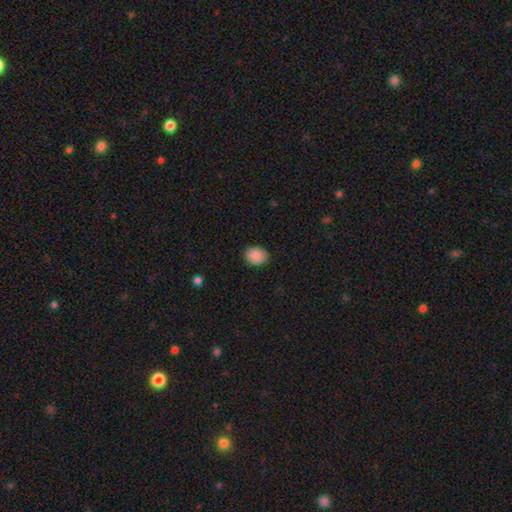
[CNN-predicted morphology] A smooth galaxy with no disk features (89%) that is round (50%).

Vote fractions:
- Smooth or featured? smooth: 89% / star or artifact: 8% / featured or disk: 3%
- How rounded? round: 50% / in between: 49% / cigar-shaped: 1%
- Merging? none: 86% / minor disturbance: 11% / major disturbance: 2% / merger: 1%